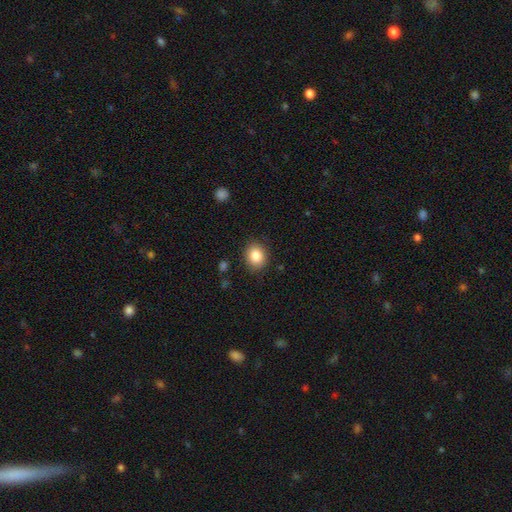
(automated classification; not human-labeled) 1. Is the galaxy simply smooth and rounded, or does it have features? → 85% smooth, 9% star or artifact, 6% featured or disk.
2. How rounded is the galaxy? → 61% round, 38% in between, 1% cigar-shaped.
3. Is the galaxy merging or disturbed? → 87% none, 9% minor disturbance, 3% major disturbance, 1% merger.